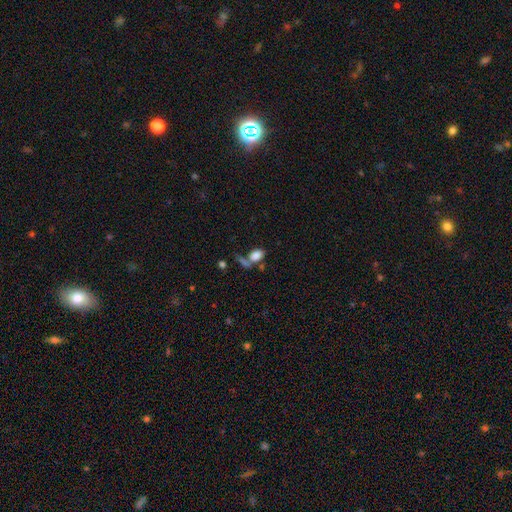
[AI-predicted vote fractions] smooth-or-featured: smooth: 81% | star or artifact: 10% | featured or disk: 9%
  how-rounded: in between: 86% | round: 11% | cigar-shaped: 2%
  merging: none: 39% | merger: 36% | major disturbance: 13% | minor disturbance: 12%